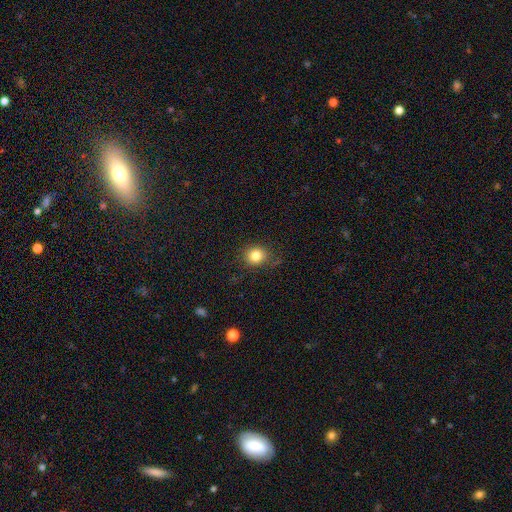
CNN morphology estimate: A smooth galaxy with no disk features (82%) that is round (76%). Merging: none (80%).